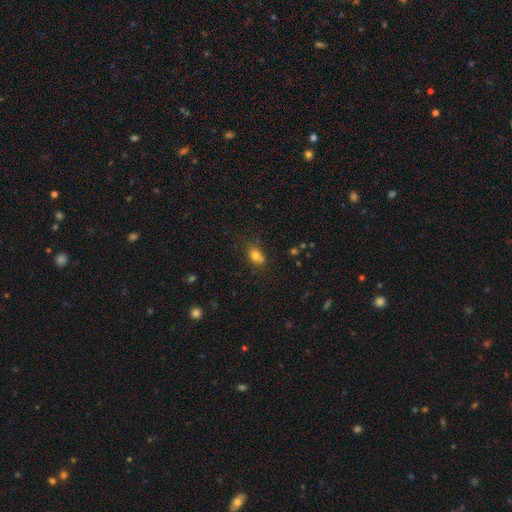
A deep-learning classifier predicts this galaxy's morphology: A smooth galaxy with no disk features (79%) that is in between round and cigar-shaped (72%).

Vote fractions:
- Smooth or featured? smooth: 79% / star or artifact: 12% / featured or disk: 9%
- How rounded? in between: 72% / round: 26% / cigar-shaped: 2%
- Merging? none: 67% / minor disturbance: 20% / merger: 7% / major disturbance: 5%